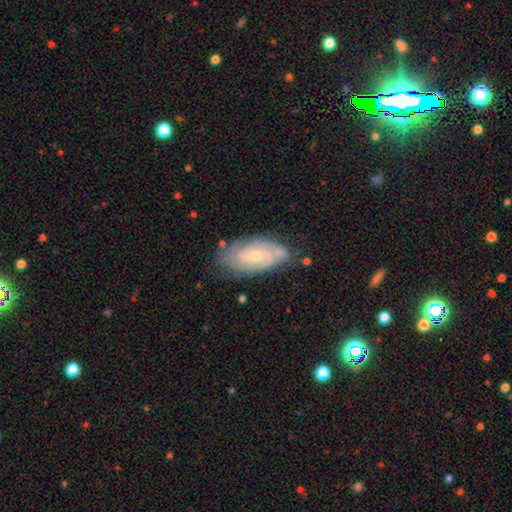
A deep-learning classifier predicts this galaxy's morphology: This is clearly a featured or disk galaxy (81%). It is clearly not viewed edge-on (95%). Bar: possibly no (59%). Spiral arm pattern: clearly yes (94%). Spiral arm count: marginally 2 (43%). Spiral winding: likely tight (63%). Central bulge: possibly small (59%). Merging: likely none (69%).